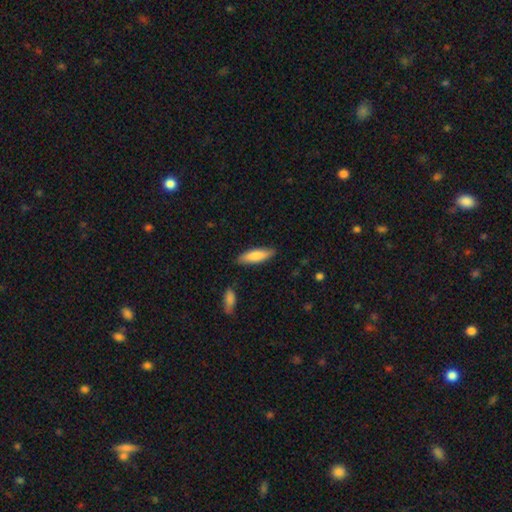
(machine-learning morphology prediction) The model was most divided on "how rounded": cigar-shaped: 53%, in between: 45%, round: 2%. More confident: merging — none (84%); smooth or featured — smooth (79%).